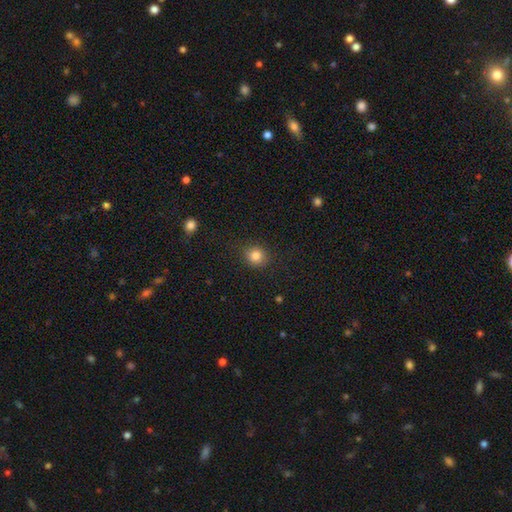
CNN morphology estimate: This is clearly a smooth galaxy (84%). How rounded: clearly round (85%). Merging: clearly none (87%).